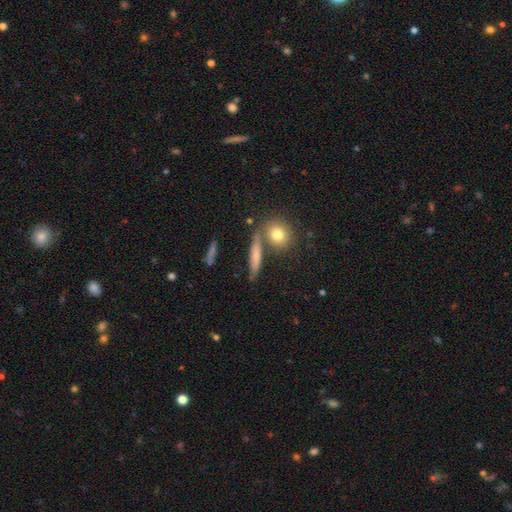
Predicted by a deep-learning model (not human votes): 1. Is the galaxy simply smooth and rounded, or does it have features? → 69% smooth, 22% featured or disk, 9% star or artifact.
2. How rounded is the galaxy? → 67% cigar-shaped, 19% in between, 14% round.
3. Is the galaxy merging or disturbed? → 73% none, 12% minor disturbance, 10% merger, 4% major disturbance.